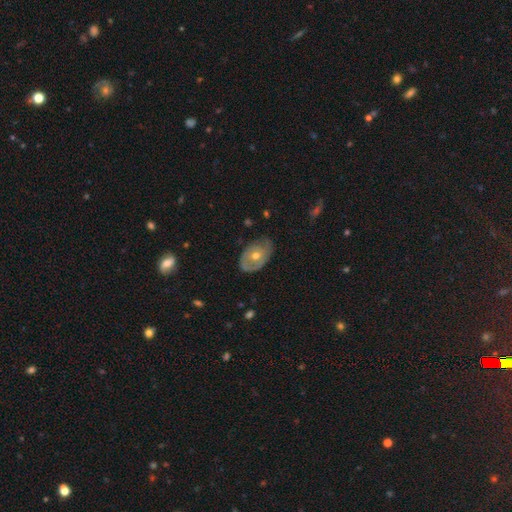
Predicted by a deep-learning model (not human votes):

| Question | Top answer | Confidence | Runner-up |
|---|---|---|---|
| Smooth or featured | featured or disk | 56% | smooth (37%) |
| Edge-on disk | no | 92% | yes (8%) |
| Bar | no | 83% | weak (14%) |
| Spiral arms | no | 59% | yes (41%) |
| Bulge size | moderate | 70% | small (25%) |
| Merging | none | 63% | minor disturbance (29%) |